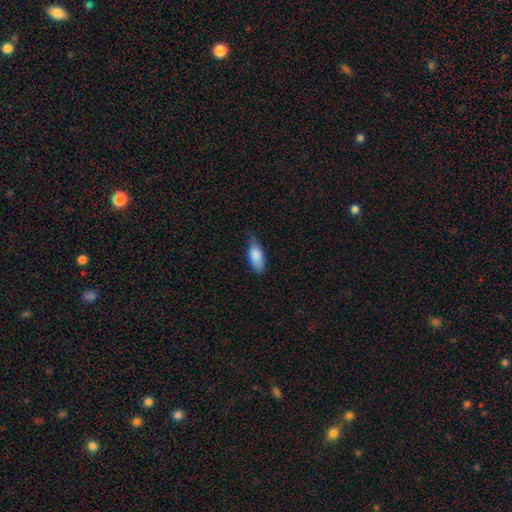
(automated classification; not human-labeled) Smooth or featured? smooth (85%)
How rounded? in between (80%)
Merging? none (61%)